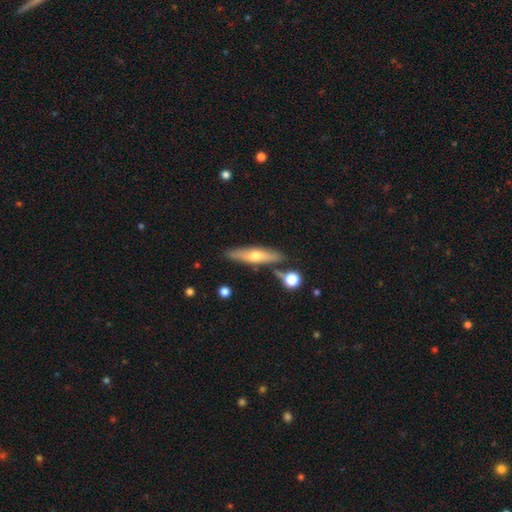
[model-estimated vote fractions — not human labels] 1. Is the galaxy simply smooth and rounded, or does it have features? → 48% featured or disk, 46% smooth, 7% star or artifact.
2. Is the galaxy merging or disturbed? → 78% none, 12% minor disturbance, 7% merger, 3% major disturbance.